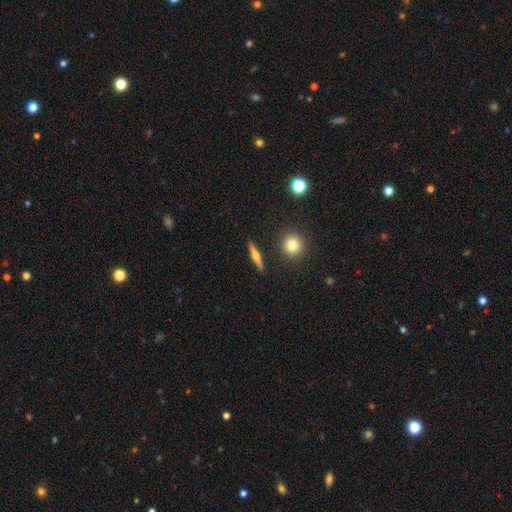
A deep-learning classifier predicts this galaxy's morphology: Smooth or featured? Predicted: featured or disk (p=0.56). Edge-on disk? Predicted: yes (p=0.95). Edge-on bulge? Predicted: rounded (p=0.88). Merging? Predicted: none (p=0.90).